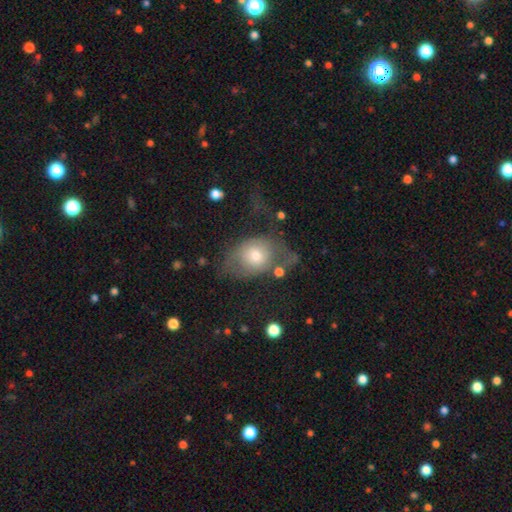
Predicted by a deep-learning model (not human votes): Smooth or featured? smooth (59%)
How rounded? in between (59%)
Merging? major disturbance (41%)